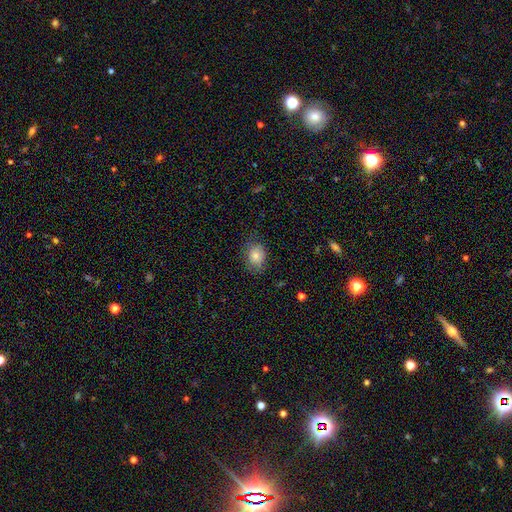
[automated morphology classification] Overall: smooth (77%). How rounded: in between (51%; round 48%). Merging: none (73%).